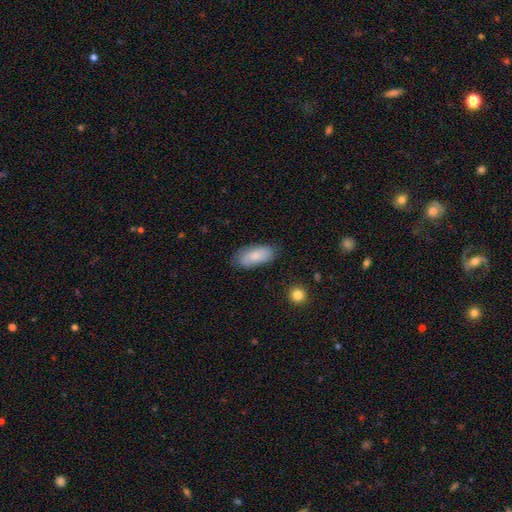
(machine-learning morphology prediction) type=smooth (79%); roundness=in between (87%); merging=none (74%).